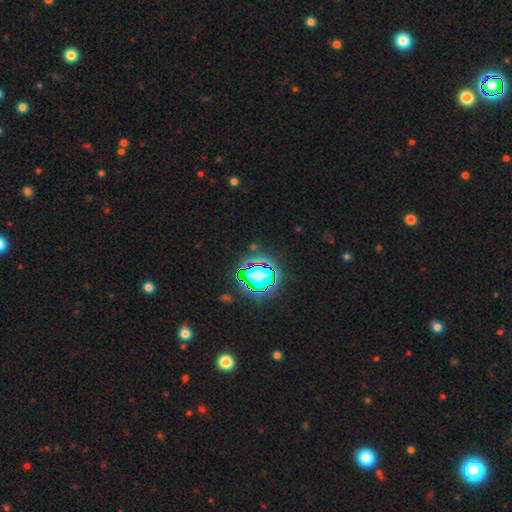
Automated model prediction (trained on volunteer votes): smooth_or_featured: star or artifact (p=0.80) [alt: smooth p=0.12]